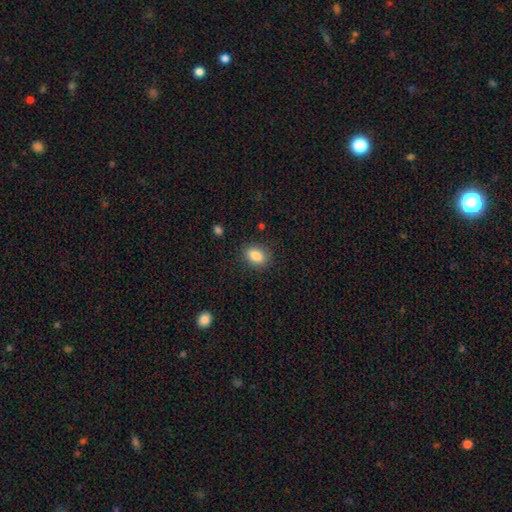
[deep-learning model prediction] This appears to be a smooth galaxy with no disk features (86%) that is in between round and cigar-shaped (79%). Merging: none (86%).